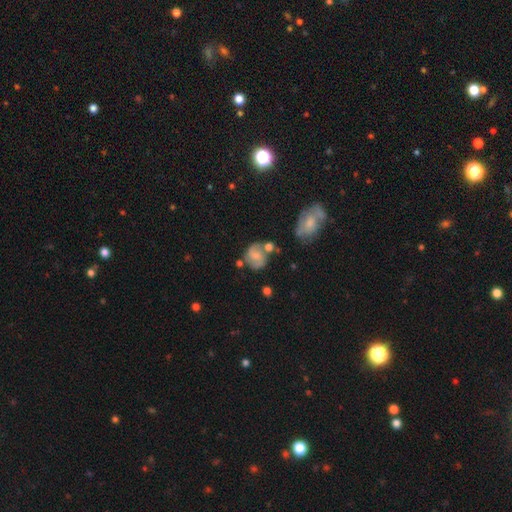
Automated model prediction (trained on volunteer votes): A featured or disk galaxy (56%) with no bar (49%), spiral arms (87%) and a small central bulge (43%).

Vote fractions:
- Smooth or featured? featured or disk: 56% / smooth: 36% / star or artifact: 9%
- Edge-on disk? no: 97% / yes: 3%
- Bar? no: 49% / weak: 42% / strong: 9%
- Spiral arms? yes: 87% / no: 13%
- Bulge size? small: 43% / moderate: 32% / none: 20% / large: 4% / dominant: 1%
- Merging? none: 56% / minor disturbance: 19% / merger: 17% / major disturbance: 8%